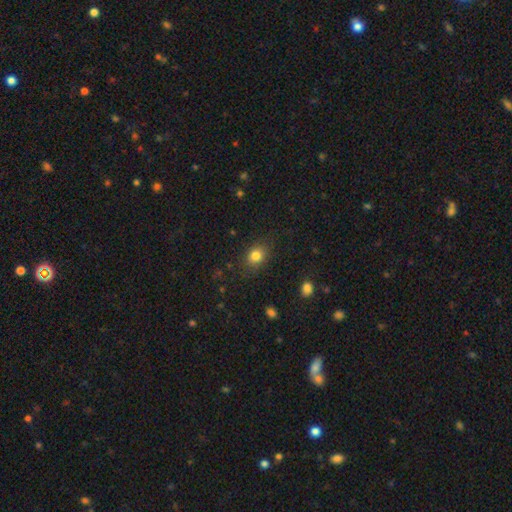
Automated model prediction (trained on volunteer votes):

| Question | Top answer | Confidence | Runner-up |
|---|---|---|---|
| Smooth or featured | smooth | 82% | star or artifact (11%) |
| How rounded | in between | 54% | round (45%) |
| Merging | none | 82% | minor disturbance (13%) |